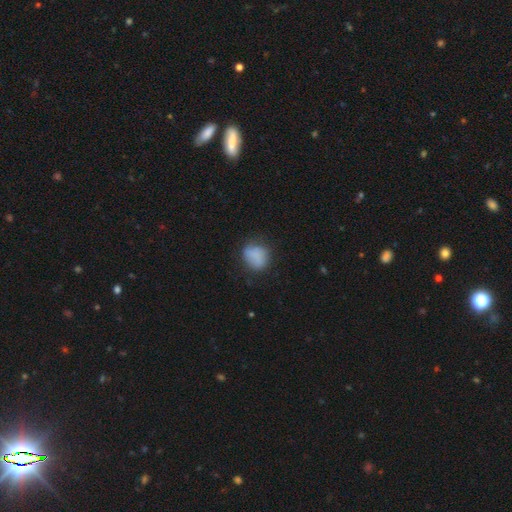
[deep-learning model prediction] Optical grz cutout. It shows a smooth galaxy with no disk features (80%) that is round (62%). Merging: none (62%).